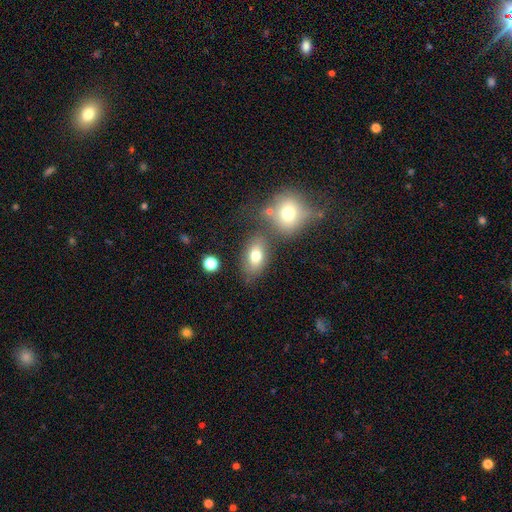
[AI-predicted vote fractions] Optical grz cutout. It shows a smooth galaxy with no disk features (76%) that is in between round and cigar-shaped (83%). Merging: none (65%).